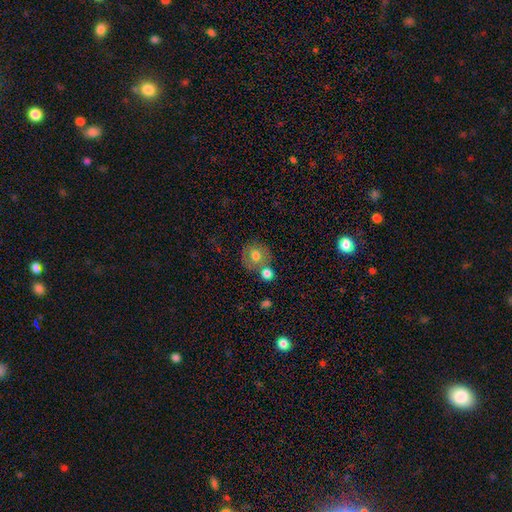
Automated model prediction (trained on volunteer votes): Smooth or featured? Predicted: smooth (p=0.68). How rounded? Predicted: round (p=0.84). Merging? Predicted: none (p=0.54).